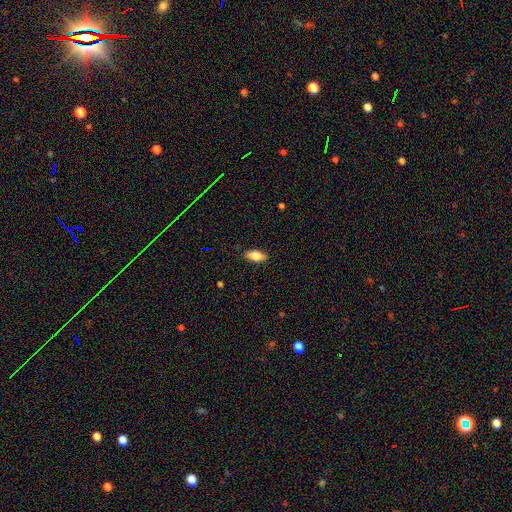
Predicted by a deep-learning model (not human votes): Morphology: type=smooth (79%); roundness=in between (86%); merging=none (87%).